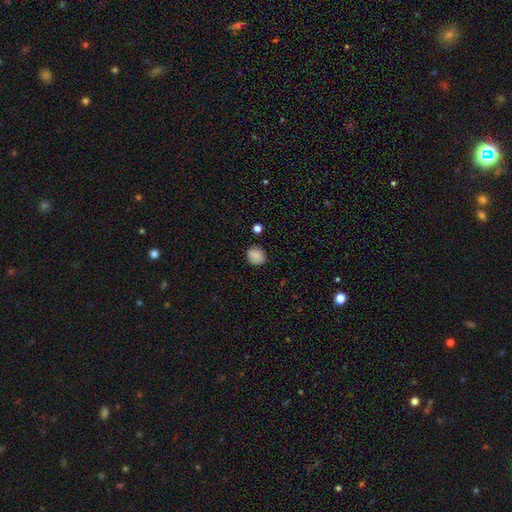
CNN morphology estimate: Smooth or featured? smooth (83%)
How rounded? round (66%)
Merging? none (79%)